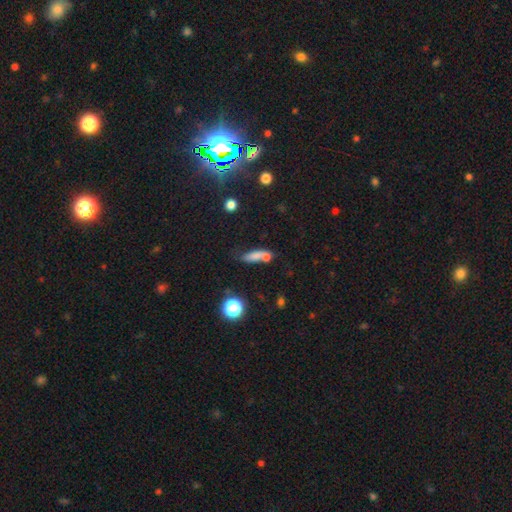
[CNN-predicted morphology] Overall: smooth (70%). How rounded: in between (50%; cigar-shaped 41%). Merging: none (40%; merger 36%).